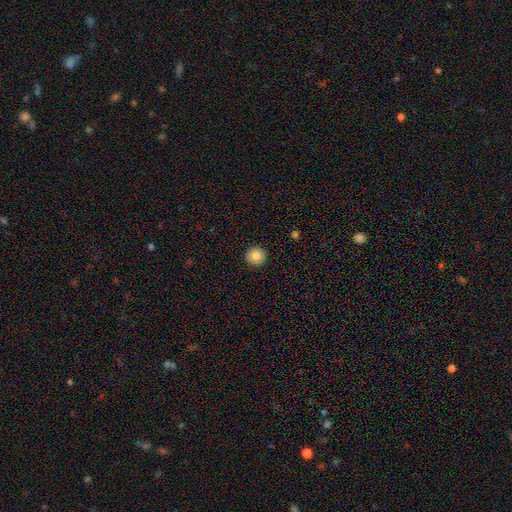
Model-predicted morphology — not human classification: Smooth or featured: smooth — 82% (featured or disk — 9%)
How rounded: round — 95% (in between — 4%)
Merging: none — 93% (minor disturbance — 5%)